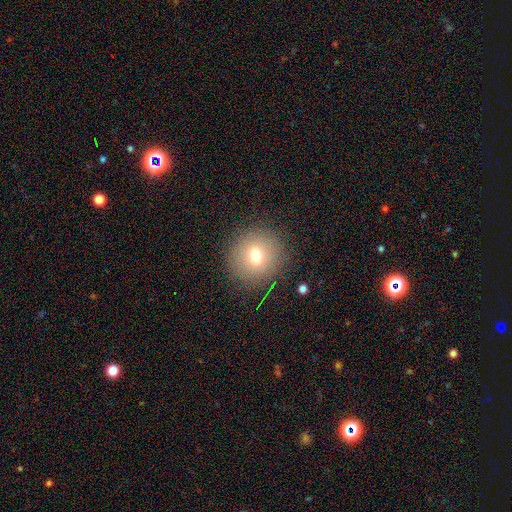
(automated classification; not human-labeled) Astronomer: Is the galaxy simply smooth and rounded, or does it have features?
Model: smooth — 70%.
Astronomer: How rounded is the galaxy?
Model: round — 94%.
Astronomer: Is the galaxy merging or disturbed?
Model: none — 88%.